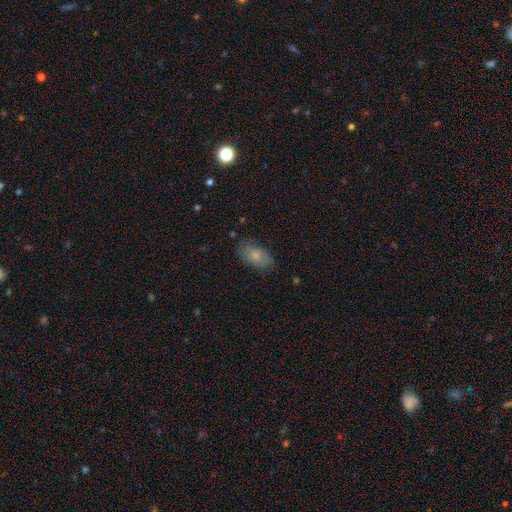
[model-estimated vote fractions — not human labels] Smooth or featured? Predicted: smooth (p=0.67). How rounded? Predicted: in between (p=0.91). Merging? Predicted: none (p=0.70).